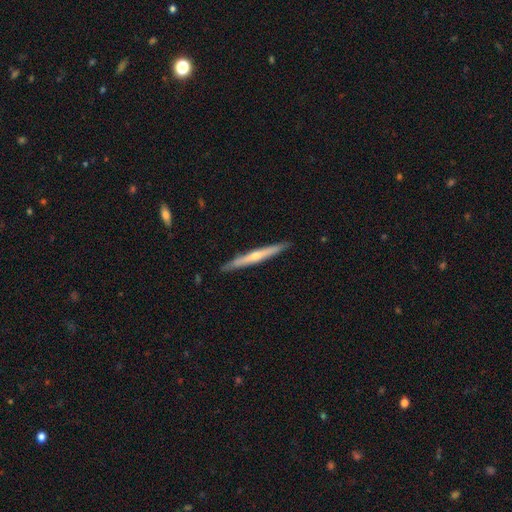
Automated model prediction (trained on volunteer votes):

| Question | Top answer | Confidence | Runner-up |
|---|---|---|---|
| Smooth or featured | featured or disk | 67% | smooth (26%) |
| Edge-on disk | yes | 97% | no (3%) |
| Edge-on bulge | rounded | 74% | none (22%) |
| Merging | none | 90% | minor disturbance (7%) |